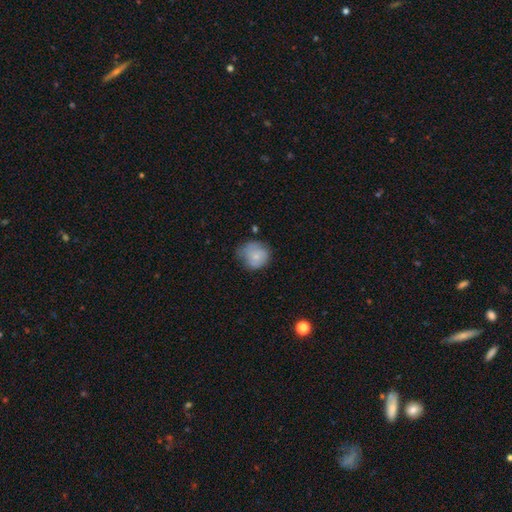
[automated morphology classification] Smooth or featured?
  - smooth: 70% *
  - featured or disk: 22%
  - star or artifact: 8%
How rounded?
  - round: 79% *
  - in between: 20%
  - cigar-shaped: 1%
Merging?
  - none: 50% *
  - minor disturbance: 35%
  - major disturbance: 12%
  - merger: 3%